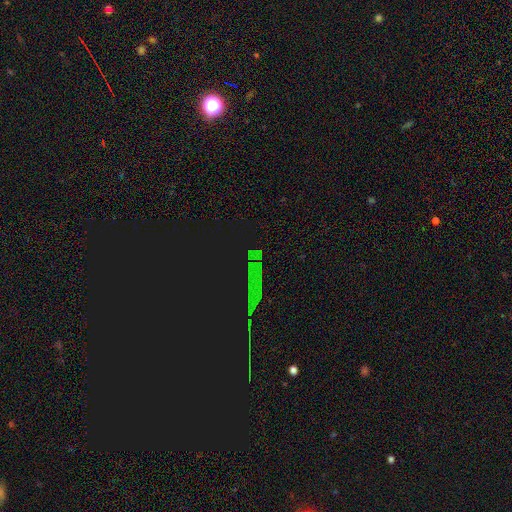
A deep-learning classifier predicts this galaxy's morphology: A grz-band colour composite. It shows a star or artifact, not a galaxy (78%).